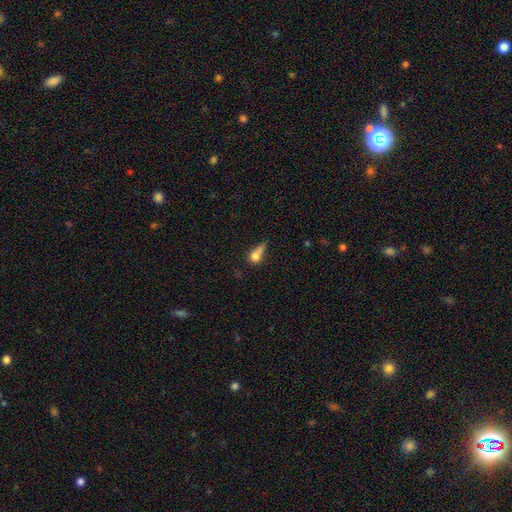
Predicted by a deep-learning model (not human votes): Smooth or featured: smooth — 67% (featured or disk — 21%)
How rounded: in between — 43% (round — 42%)
Merging: none — 29% (major disturbance — 27%)